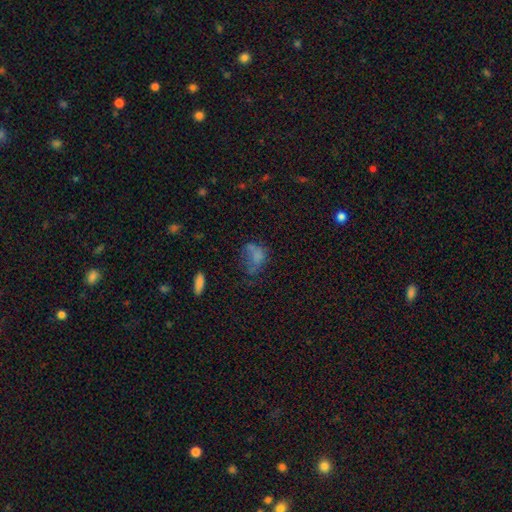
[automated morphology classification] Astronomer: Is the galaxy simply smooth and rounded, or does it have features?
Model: smooth — 61%.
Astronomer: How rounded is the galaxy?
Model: in between — 71%.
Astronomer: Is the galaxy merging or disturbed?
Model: major disturbance — 36% (runner-up: none, 33%).